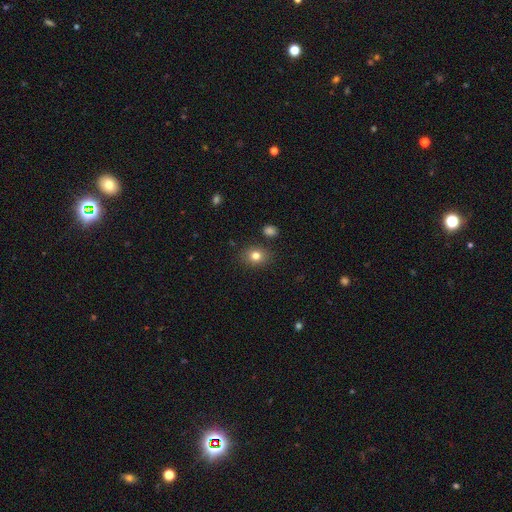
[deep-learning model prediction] Smooth or featured? Predicted: smooth (p=0.79). How rounded? Predicted: round (p=0.57). Merging? Predicted: none (p=0.85).